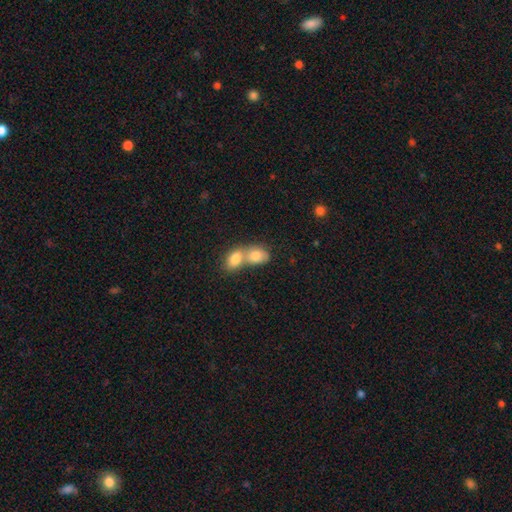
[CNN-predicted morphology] Smooth or featured? smooth (80%)
How rounded? in between (75%)
Merging? merger (73%)